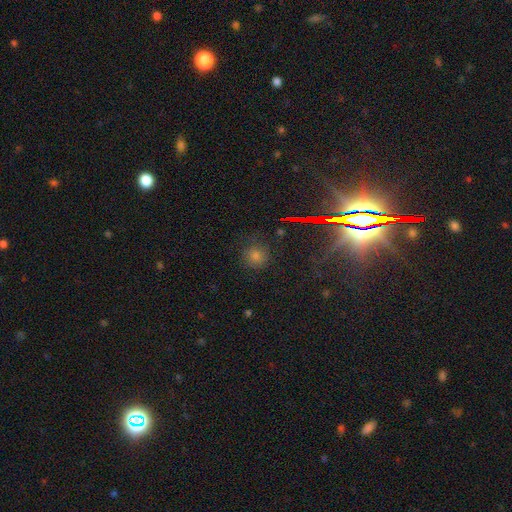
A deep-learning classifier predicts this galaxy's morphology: smooth_or_featured: smooth (p=0.54) [alt: star or artifact p=0.35]
how_rounded: round (p=0.91) [alt: in between p=0.08]
merging: none (p=0.84) [alt: minor disturbance p=0.10]